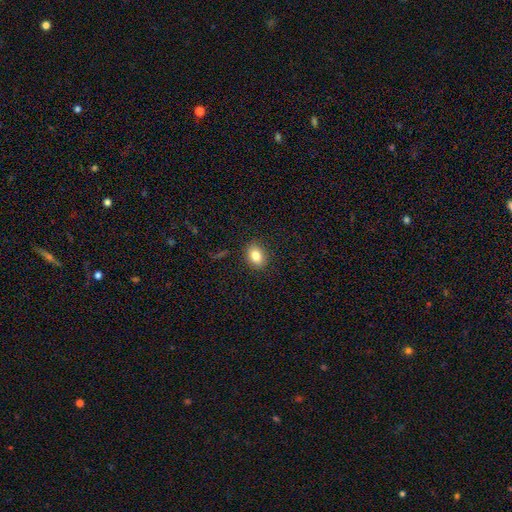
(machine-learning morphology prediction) type=smooth (81%); roundness=in between (64%); merging=none (89%).